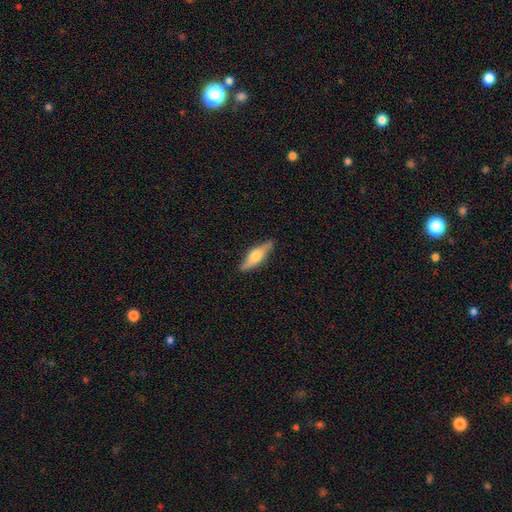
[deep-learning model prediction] Overall: featured or disk (48%; smooth 46%). Merging: none (87%).